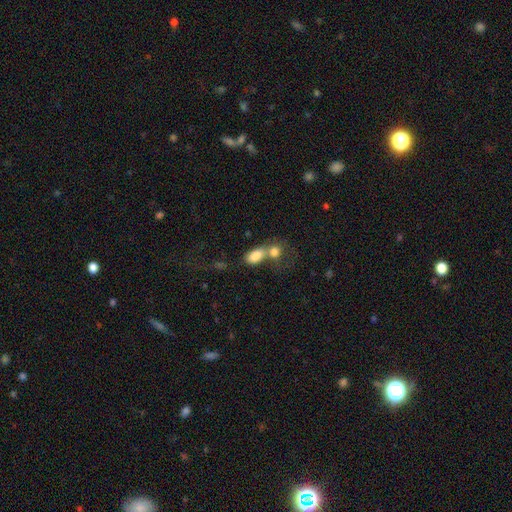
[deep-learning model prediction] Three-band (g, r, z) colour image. It shows a smooth galaxy with no disk features (82%) that is in between round and cigar-shaped (84%). Merging: merger (61%).